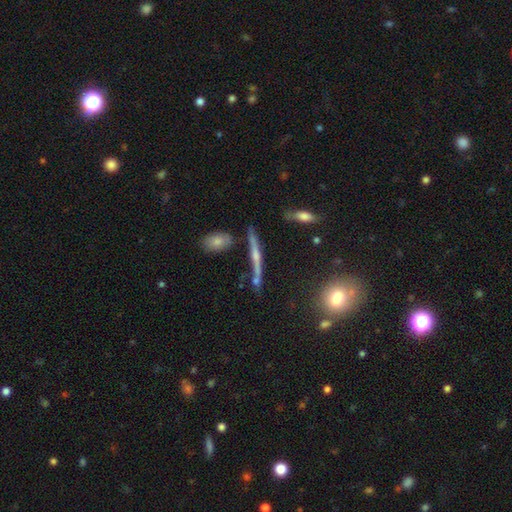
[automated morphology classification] A featured or disk galaxy (68%) viewed edge-on (94%) with a rounded central bulge (74%).

Vote fractions:
- Smooth or featured? featured or disk: 68% / smooth: 20% / star or artifact: 12%
- Edge-on disk? yes: 94% / no: 6%
- Edge-on bulge? rounded: 74% / none: 18% / boxy: 9%
- Merging? none: 75% / minor disturbance: 14% / merger: 8% / major disturbance: 4%